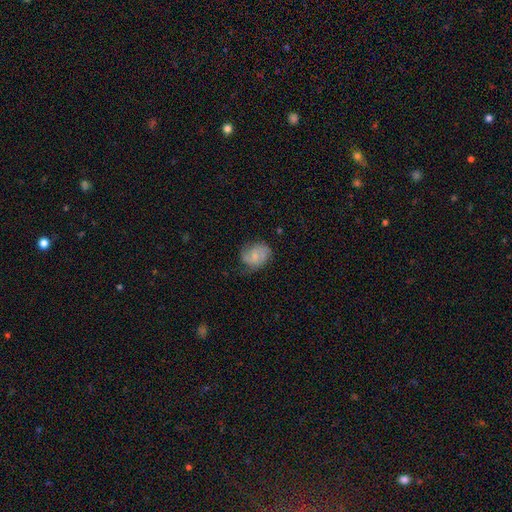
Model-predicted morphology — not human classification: The model was most divided on "smooth or featured": smooth: 50%, featured or disk: 43%, star or artifact: 8%. More confident: merging — none (55%).